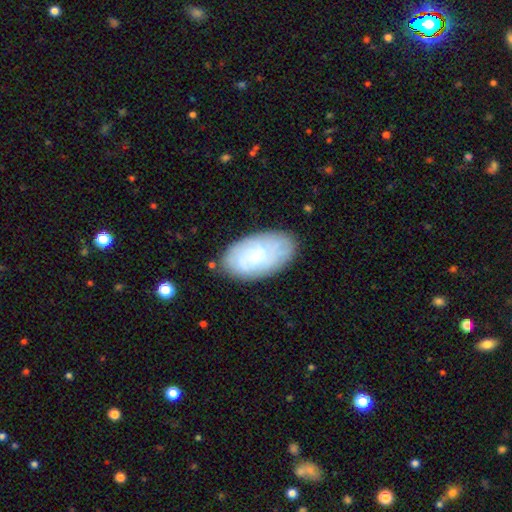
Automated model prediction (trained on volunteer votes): A smooth galaxy with no disk features (56%) that is in between round and cigar-shaped (94%).

Vote fractions:
- Smooth or featured? smooth: 56% / featured or disk: 37% / star or artifact: 7%
- How rounded? in between: 94% / round: 4% / cigar-shaped: 2%
- Merging? none: 76% / minor disturbance: 17% / major disturbance: 5% / merger: 2%